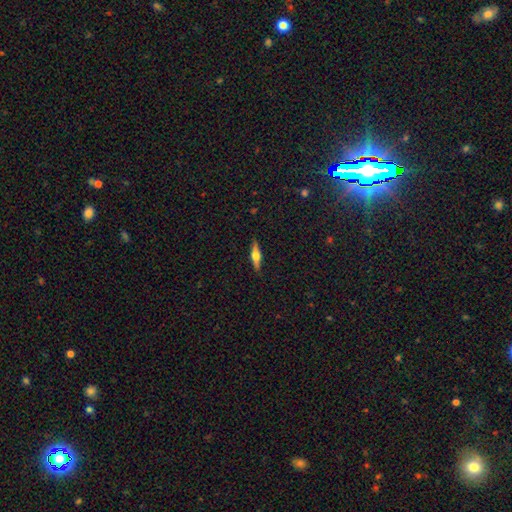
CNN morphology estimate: This is likely a featured or disk galaxy (63%). It is clearly viewed edge-on (96%). Edge-on bulge: clearly rounded (93%). Merging: clearly none (89%).